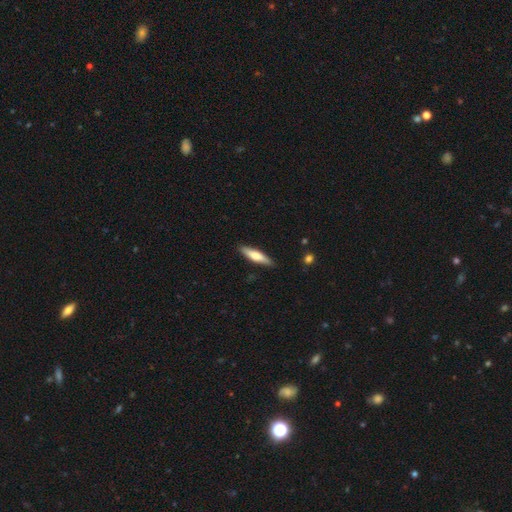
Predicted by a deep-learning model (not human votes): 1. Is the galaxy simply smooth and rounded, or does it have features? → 61% smooth, 33% featured or disk, 5% star or artifact.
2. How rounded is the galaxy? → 76% cigar-shaped, 22% in between, 2% round.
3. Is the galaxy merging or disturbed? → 87% none, 10% minor disturbance, 2% major disturbance, 1% merger.